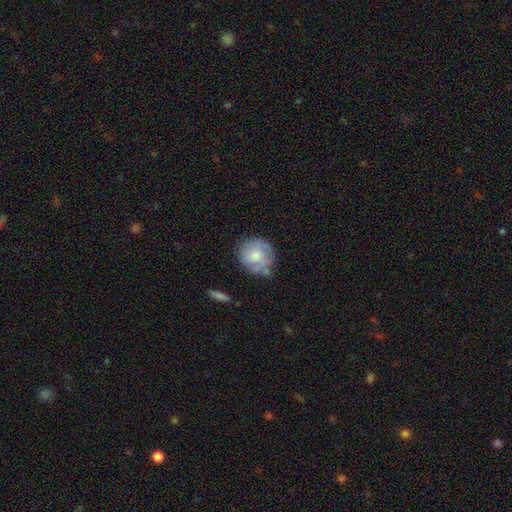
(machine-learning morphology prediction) This appears to be a smooth galaxy with no disk features (63%) that is round (87%). Merging: none (65%).